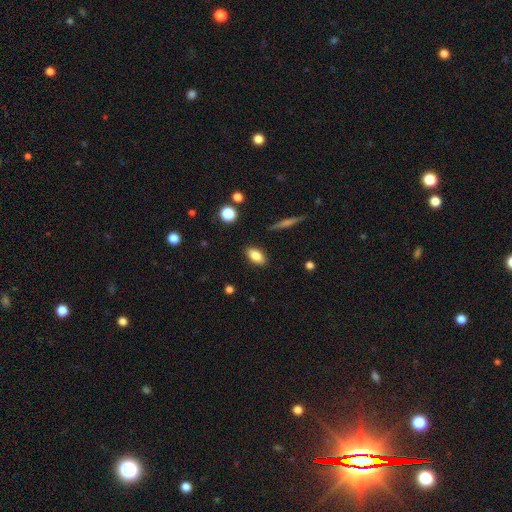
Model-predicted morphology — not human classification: Smooth or featured? Predicted: smooth (p=0.83). How rounded? Predicted: in between (p=0.88). Merging? Predicted: none (p=0.87).